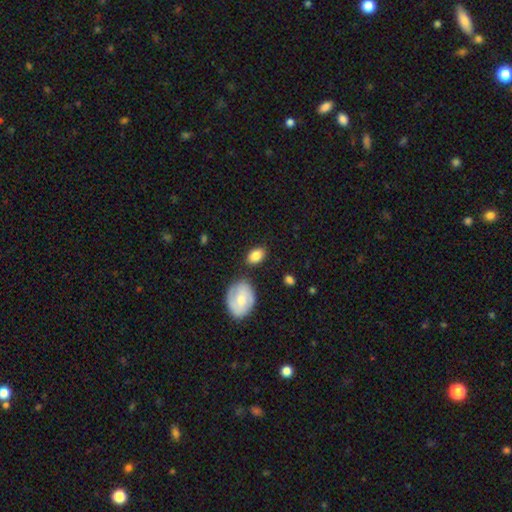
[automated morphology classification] The model was most divided on "merging": none: 78%, minor disturbance: 13%, merger: 6%, major disturbance: 3%. More confident: how rounded — in between (84%); smooth or featured — smooth (83%).